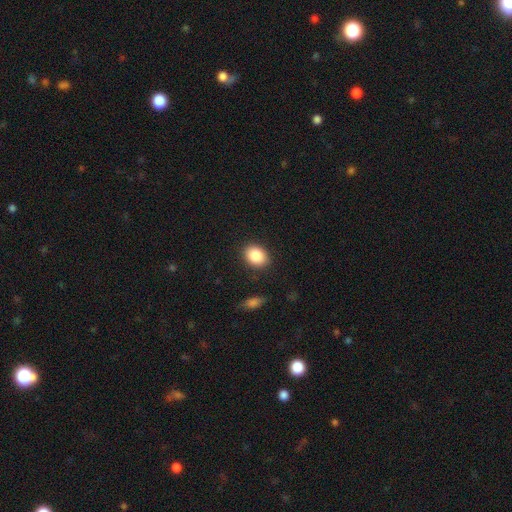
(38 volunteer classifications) This is clearly a smooth galaxy (84%). How rounded: likely in between (69%). Merging: clearly none (88%).